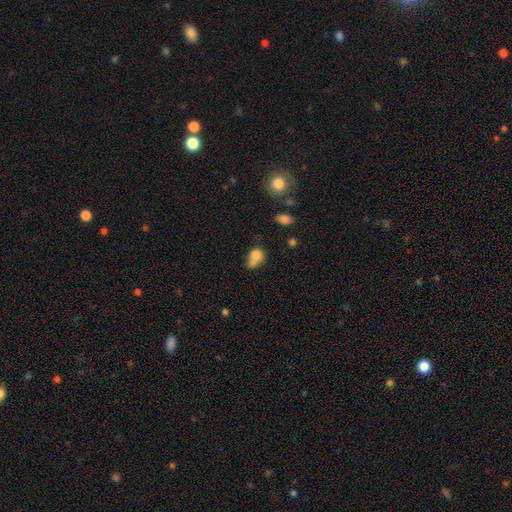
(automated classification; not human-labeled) Smooth or featured? Predicted: smooth (p=0.76). How rounded? Predicted: round (p=0.55). Merging? Predicted: merger (p=0.51).